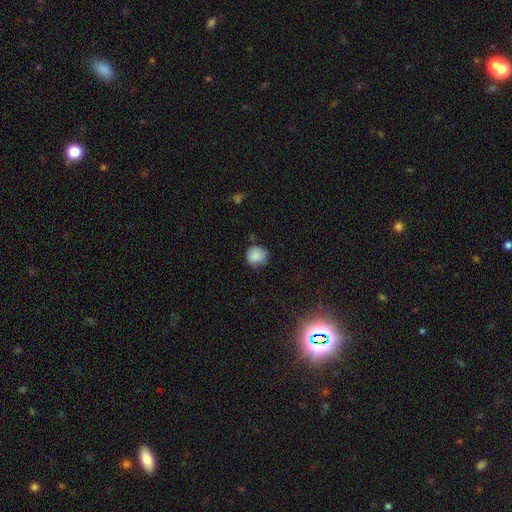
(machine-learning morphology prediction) This appears to be a smooth galaxy with no disk features (84%) that is round (81%). Merging: none (67%).